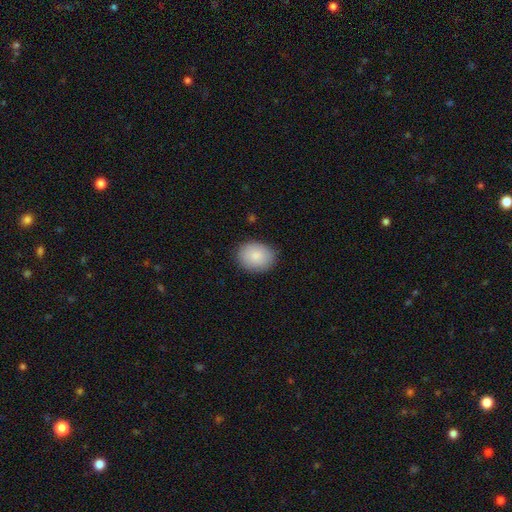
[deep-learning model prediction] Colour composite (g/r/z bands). It shows a smooth galaxy with no disk features (86%) that is in between round and cigar-shaped (50%). Merging: none (86%).